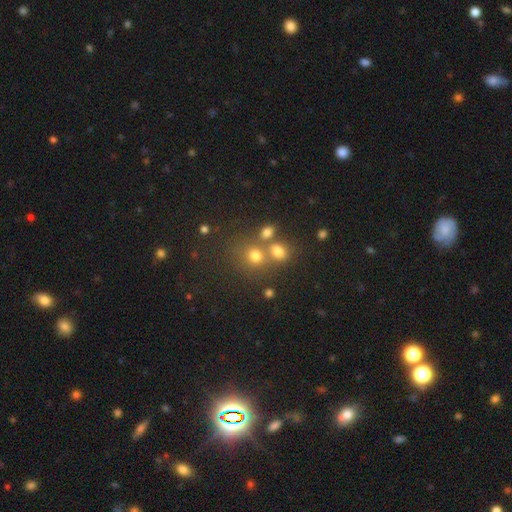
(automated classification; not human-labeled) smooth-or-featured: smooth: 69% | star or artifact: 20% | featured or disk: 11%
  how-rounded: round: 77% | in between: 22% | cigar-shaped: 1%
  merging: none: 52% | merger: 35% | minor disturbance: 9% | major disturbance: 4%